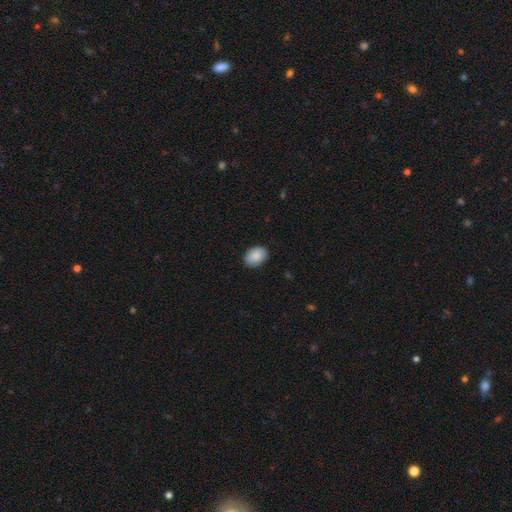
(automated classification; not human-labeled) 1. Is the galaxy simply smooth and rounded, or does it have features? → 90% smooth, 6% star or artifact, 4% featured or disk.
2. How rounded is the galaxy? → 80% in between, 19% round, 1% cigar-shaped.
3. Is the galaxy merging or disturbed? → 88% none, 9% minor disturbance, 2% major disturbance, 1% merger.